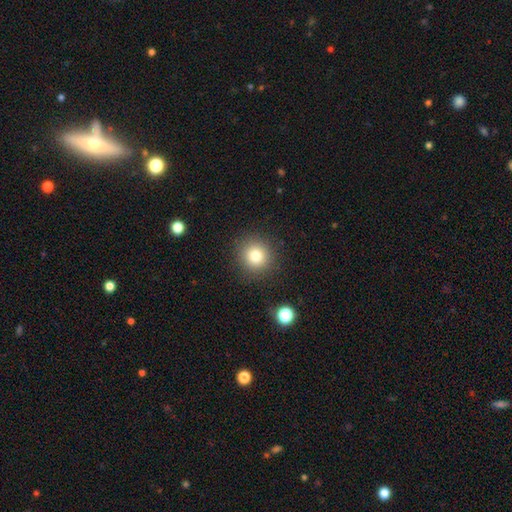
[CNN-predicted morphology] Smooth or featured: smooth — 79% (star or artifact — 12%)
How rounded: round — 93% (in between — 6%)
Merging: none — 89% (minor disturbance — 7%)